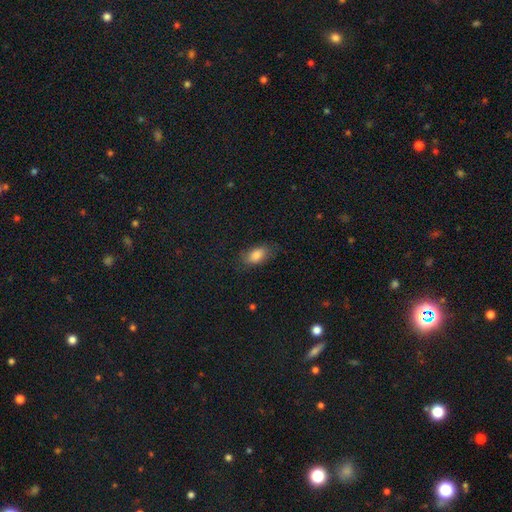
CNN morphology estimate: Overall: smooth (83%). How rounded: in between (90%). Merging: none (73%).